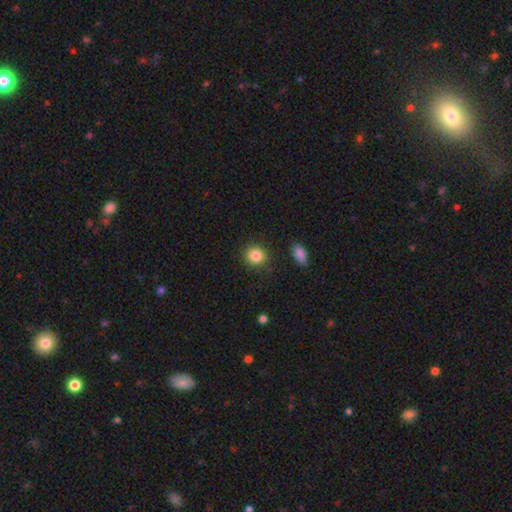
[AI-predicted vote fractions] The model was most divided on "how rounded": round: 85%, in between: 14%, cigar-shaped: 1%. More confident: merging — none (87%); smooth or featured — smooth (86%).